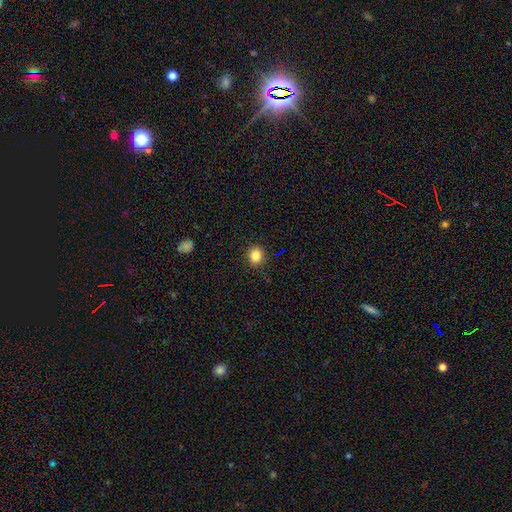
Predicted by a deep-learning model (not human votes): Q: Smooth or featured?
A: smooth (84%); runner-up: star or artifact (11%)
Q: How rounded?
A: round (83%); runner-up: in between (16%)
Q: Merging?
A: none (91%); runner-up: minor disturbance (6%)